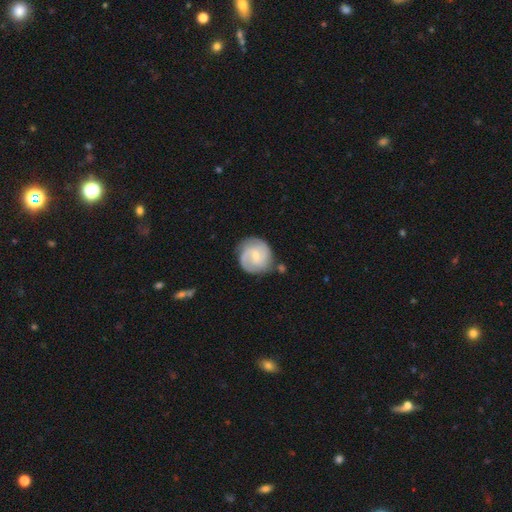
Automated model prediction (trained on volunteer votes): smooth-or-featured: featured or disk: 72% | smooth: 23% | star or artifact: 5%
  disk-edge-on: no: 98% | yes: 2%
    bar: weak: 52% | no: 38% | strong: 10%
    has-spiral-arms: yes: 93% | no: 7%
      spiral-winding: medium: 42% (tied) | tight: 42% (tied) | loose: 16%
      spiral-arm-count: 2: 59% | can't tell: 16% | 3: 14% | 1: 5% | 4: 3% | more than 4: 2%
    bulge-size: small: 63% | moderate: 33% | none: 3% | large: 1% | dominant: 1%
  merging: none: 69% | minor disturbance: 19% | major disturbance: 6% | merger: 6%